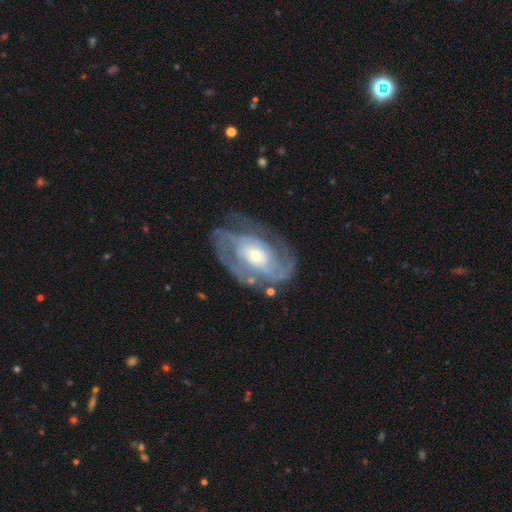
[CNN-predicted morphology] Smooth or featured?
  - featured or disk: 85% *
  - smooth: 9%
  - star or artifact: 5%
Edge-on disk?
  - no: 96% *
  - yes: 4%
Bar?
  - no: 63% *
  - weak: 28%
  - strong: 10%
Spiral arms?
  - yes: 93% *
  - no: 7%
Spiral winding?
  - tight: 50% *
  - medium: 37%
  - loose: 13%
Spiral arm count?
  - 2: 39% *
  - can't tell: 26%
  - 3: 19%
  - 4: 6%
  - 1: 6%
  - more than 4: 4%
Bulge size?
  - small: 53% *
  - moderate: 41%
  - large: 3%
  - none: 1%
  - dominant: 1%
Merging?
  - none: 62% *
  - minor disturbance: 21%
  - major disturbance: 15%
  - merger: 3%